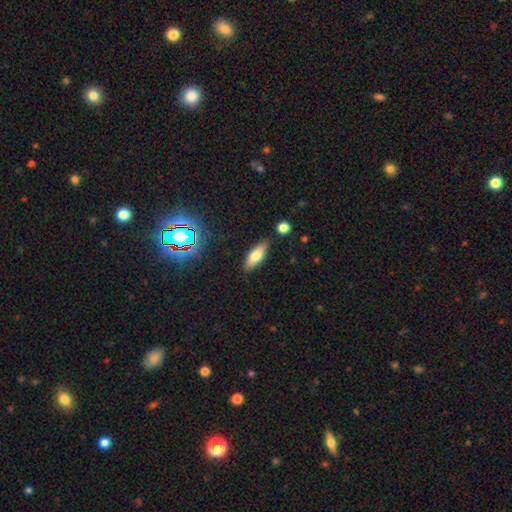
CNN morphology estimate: smooth_or_featured: smooth (p=0.72) [alt: featured or disk p=0.20]
how_rounded: in between (p=0.70) [alt: cigar-shaped p=0.27]
merging: none (p=0.84) [alt: minor disturbance p=0.11]